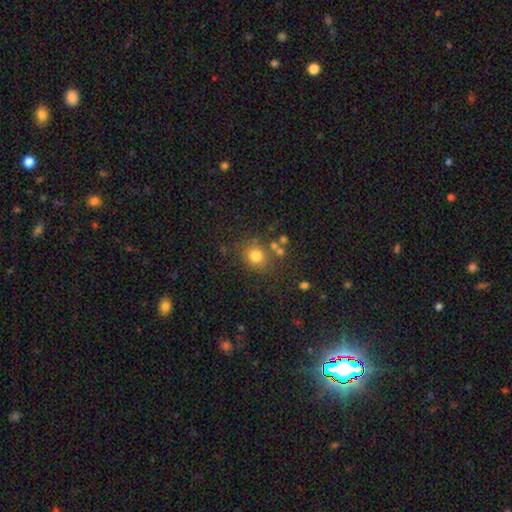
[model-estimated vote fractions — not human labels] smooth 76%, star or artifact 16%, featured or disk 9%. Down the decision tree: how rounded — round (78%); merging — none (74%).